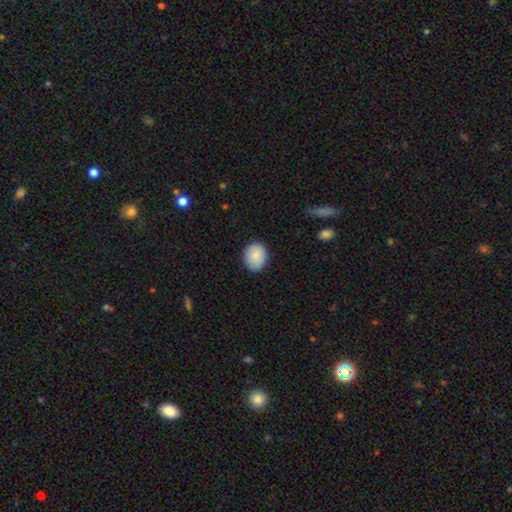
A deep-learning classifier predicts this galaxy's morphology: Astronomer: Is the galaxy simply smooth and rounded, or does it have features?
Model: smooth — 86%.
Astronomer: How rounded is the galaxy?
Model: round — 57% (runner-up: in between, 42%).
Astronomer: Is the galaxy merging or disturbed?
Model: none — 85%.